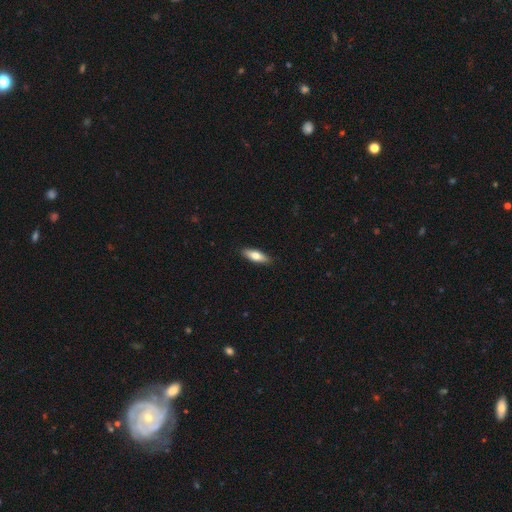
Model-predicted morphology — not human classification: This appears to be a smooth galaxy with no disk features (72%) that is in between round and cigar-shaped (56%). Merging: none (89%).